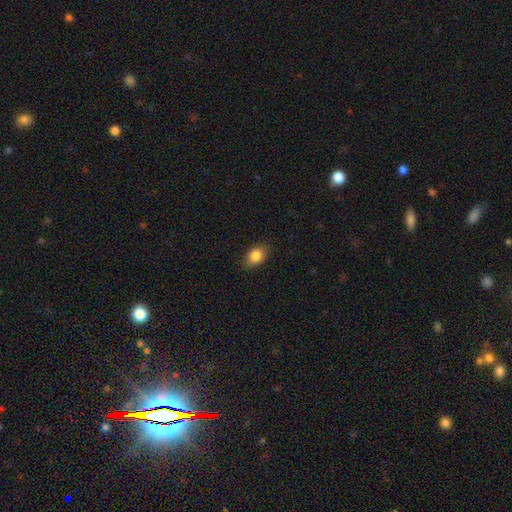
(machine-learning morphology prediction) This is clearly a smooth galaxy (85%). How rounded: clearly in between (81%). Merging: clearly none (84%).